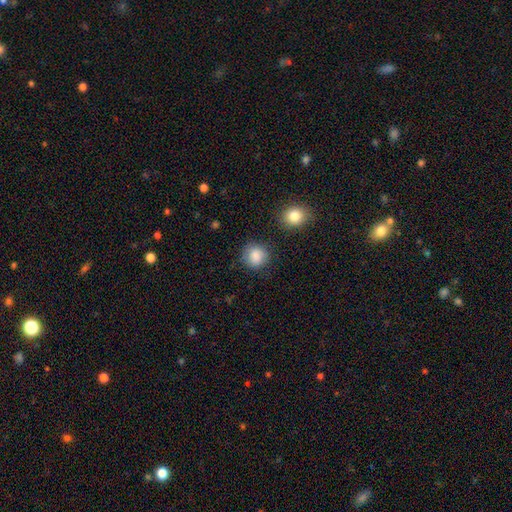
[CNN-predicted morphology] Smooth or featured? smooth (86%)
How rounded? round (88%)
Merging? none (81%)